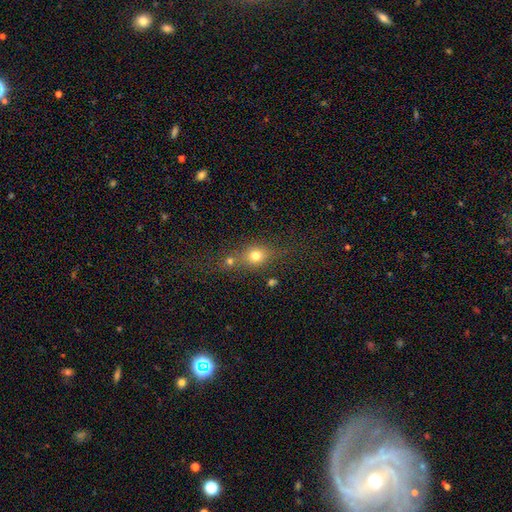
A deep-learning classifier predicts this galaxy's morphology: Smooth or featured?
  - smooth: 69% *
  - star or artifact: 16%
  - featured or disk: 15%
How rounded?
  - round: 57% *
  - in between: 36%
  - cigar-shaped: 7%
Merging?
  - none: 51% *
  - merger: 30%
  - minor disturbance: 12%
  - major disturbance: 8%